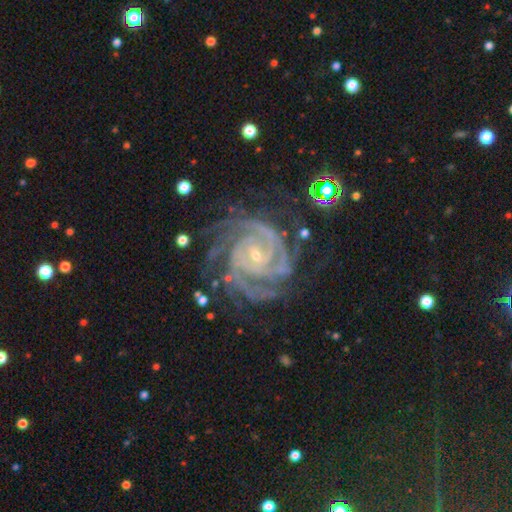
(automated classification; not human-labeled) Smooth or featured? Predicted: featured or disk (p=0.92). Edge-on disk? Predicted: no (p=0.98). Bar? Predicted: no (p=0.47). Spiral arms? Predicted: yes (p=0.99). Spiral winding? Predicted: tight (p=0.74). Spiral arm count? Predicted: 4 (p=0.32). Bulge size? Predicted: small (p=0.76). Merging? Predicted: none (p=0.67).